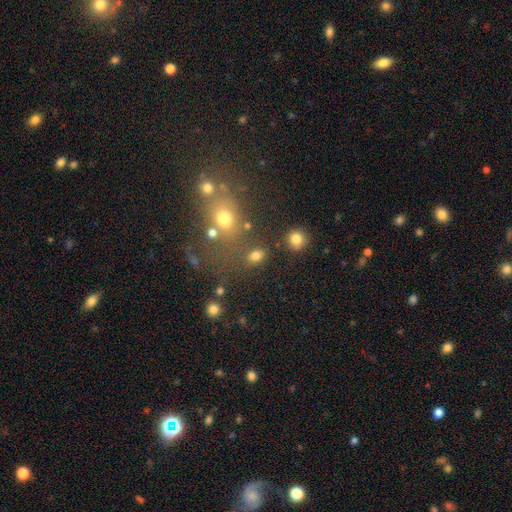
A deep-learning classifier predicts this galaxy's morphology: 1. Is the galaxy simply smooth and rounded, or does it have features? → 79% smooth, 14% star or artifact, 7% featured or disk.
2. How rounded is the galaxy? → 73% in between, 25% round, 2% cigar-shaped.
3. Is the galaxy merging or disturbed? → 75% none, 11% minor disturbance, 8% merger, 5% major disturbance.